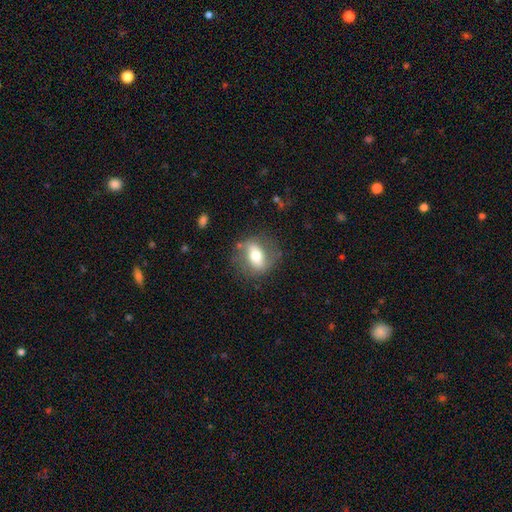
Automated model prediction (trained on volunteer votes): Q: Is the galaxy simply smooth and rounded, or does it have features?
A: smooth — 49%.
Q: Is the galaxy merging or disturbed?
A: none — 71%.